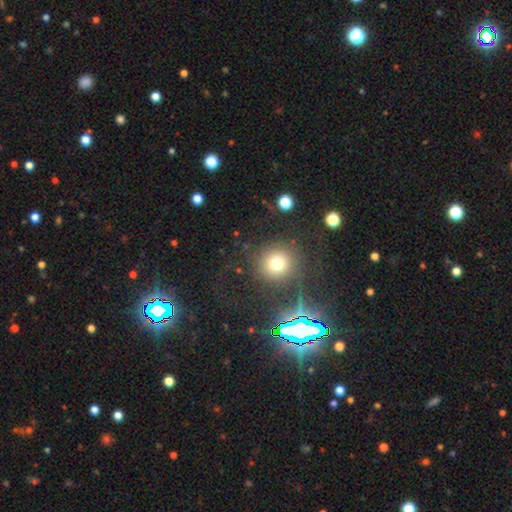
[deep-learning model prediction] Morphology: type=star or artifact (54%).